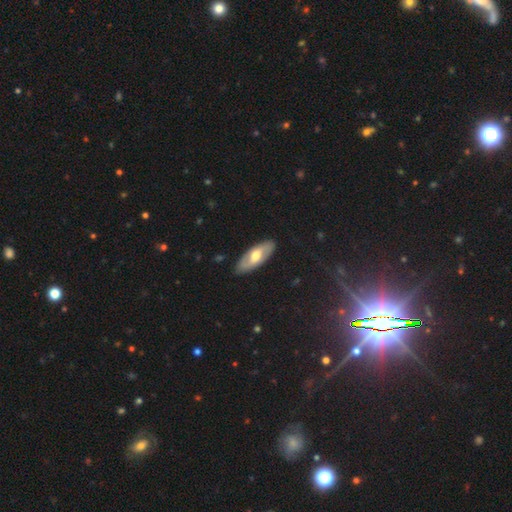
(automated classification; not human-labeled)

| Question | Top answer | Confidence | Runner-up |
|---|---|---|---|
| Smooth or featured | featured or disk | 54% | smooth (41%) |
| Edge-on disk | no | 79% | yes (21%) |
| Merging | none | 87% | minor disturbance (10%) |